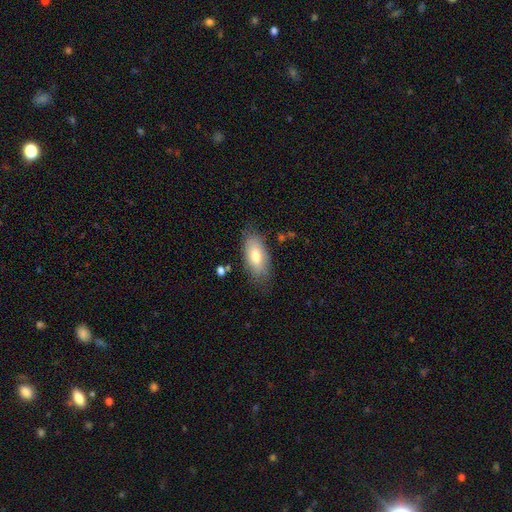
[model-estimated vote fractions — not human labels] Overall: smooth (73%). How rounded: in between (89%). Merging: none (75%).